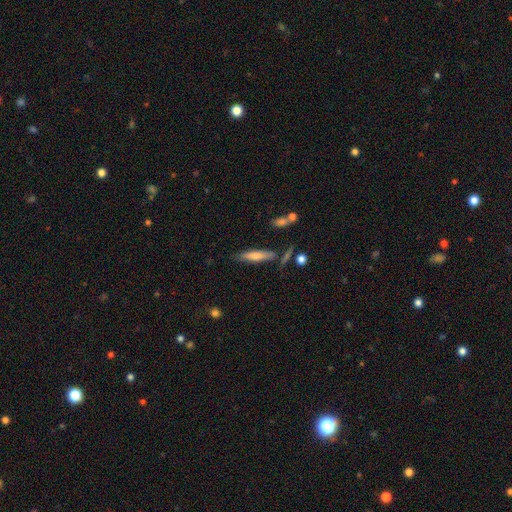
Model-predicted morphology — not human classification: The model was most divided on "smooth or featured": smooth: 53%, featured or disk: 37%, star or artifact: 9%. More confident: how rounded — cigar-shaped (83%); merging — none (75%).